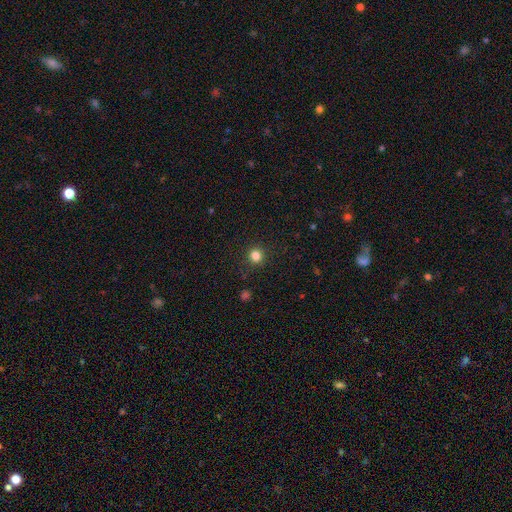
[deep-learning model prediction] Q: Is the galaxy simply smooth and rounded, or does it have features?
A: smooth — 82%.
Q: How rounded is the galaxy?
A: round — 92%.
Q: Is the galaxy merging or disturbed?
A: none — 90%.